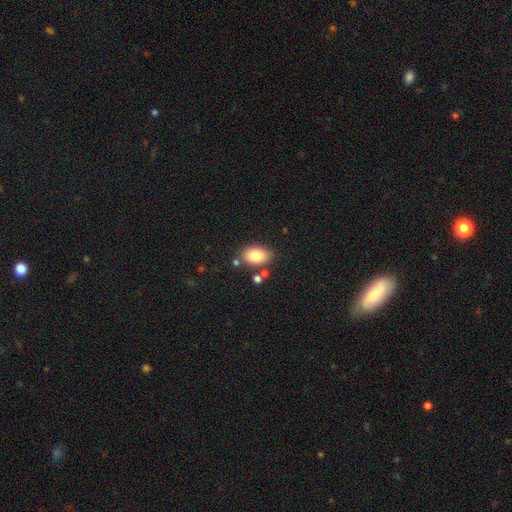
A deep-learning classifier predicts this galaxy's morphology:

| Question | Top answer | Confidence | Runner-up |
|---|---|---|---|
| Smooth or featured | smooth | 81% | featured or disk (10%) |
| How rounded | in between | 86% | round (12%) |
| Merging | none | 77% | minor disturbance (12%) |